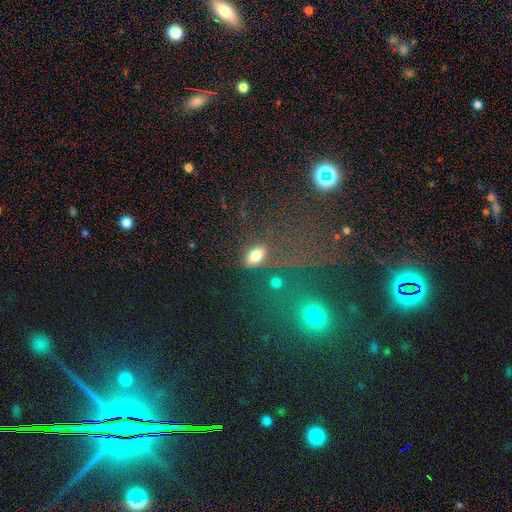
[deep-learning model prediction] smooth-or-featured: smooth: 78% | star or artifact: 12% | featured or disk: 10%
  how-rounded: in between: 88% | round: 7% | cigar-shaped: 4%
  merging: none: 72% | minor disturbance: 15% | merger: 6% | major disturbance: 6%